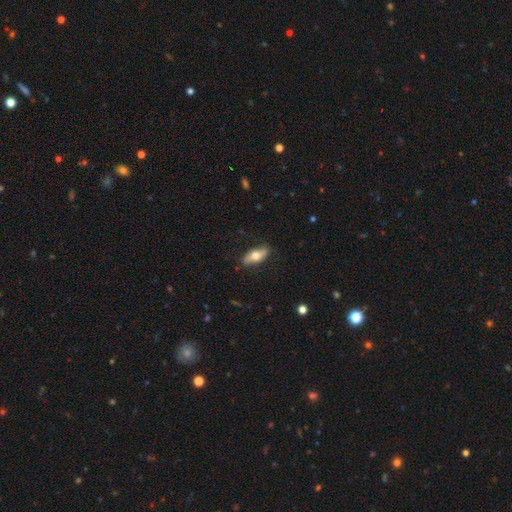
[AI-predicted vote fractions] Q: Smooth or featured?
A: smooth (60%); runner-up: featured or disk (34%)
Q: How rounded?
A: in between (74%); runner-up: cigar-shaped (22%)
Q: Merging?
A: none (83%); runner-up: minor disturbance (13%)